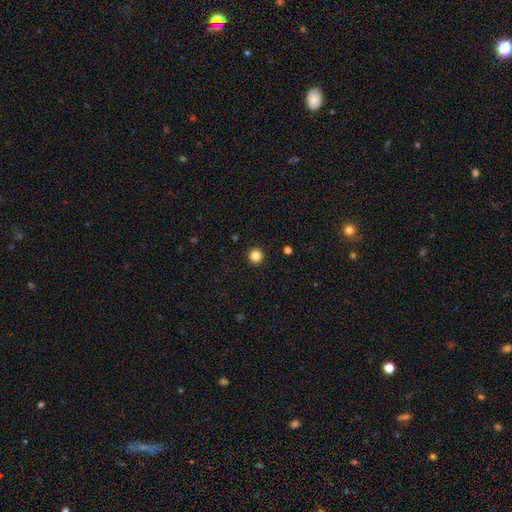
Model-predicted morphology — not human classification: smooth 84%, star or artifact 12%, featured or disk 4%. Down the decision tree: how rounded — round (96%); merging — none (94%).